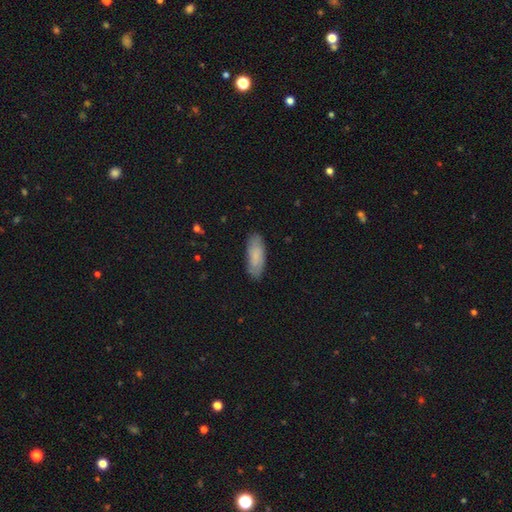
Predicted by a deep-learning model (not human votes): Smooth or featured: smooth — 70% (featured or disk — 23%)
How rounded: in between — 76% (cigar-shaped — 22%)
Merging: none — 83% (minor disturbance — 13%)